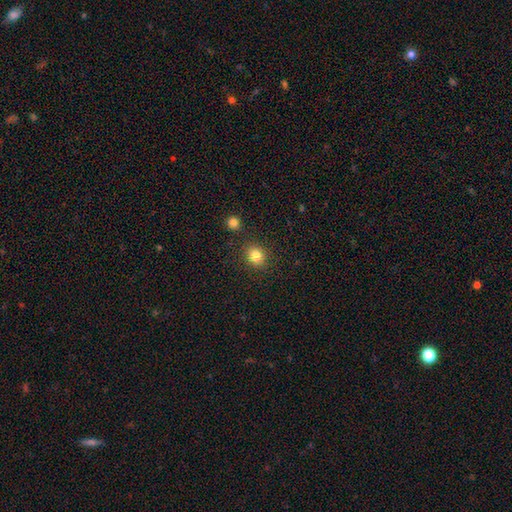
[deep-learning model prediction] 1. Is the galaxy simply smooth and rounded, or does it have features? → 83% smooth, 11% star or artifact, 5% featured or disk.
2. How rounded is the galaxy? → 75% round, 24% in between, 1% cigar-shaped.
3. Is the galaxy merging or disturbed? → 87% none, 8% minor disturbance, 3% merger, 3% major disturbance.